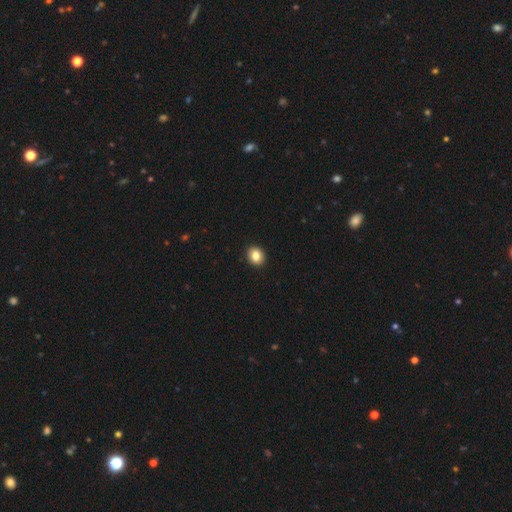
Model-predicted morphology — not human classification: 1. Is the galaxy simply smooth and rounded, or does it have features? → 84% smooth, 9% star or artifact, 7% featured or disk.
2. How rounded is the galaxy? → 64% round, 35% in between, 1% cigar-shaped.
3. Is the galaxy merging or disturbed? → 93% none, 5% minor disturbance, 1% major disturbance, 1% merger.